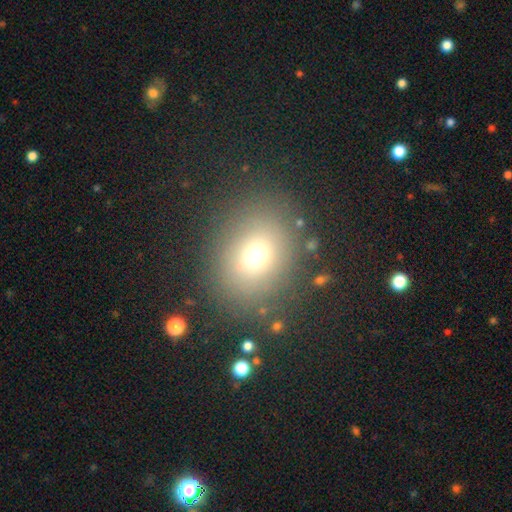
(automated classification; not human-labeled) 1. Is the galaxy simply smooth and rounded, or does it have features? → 69% smooth, 19% star or artifact, 12% featured or disk.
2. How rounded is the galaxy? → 57% round, 42% in between, 1% cigar-shaped.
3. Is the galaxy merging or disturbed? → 83% none, 10% minor disturbance, 5% major disturbance, 2% merger.